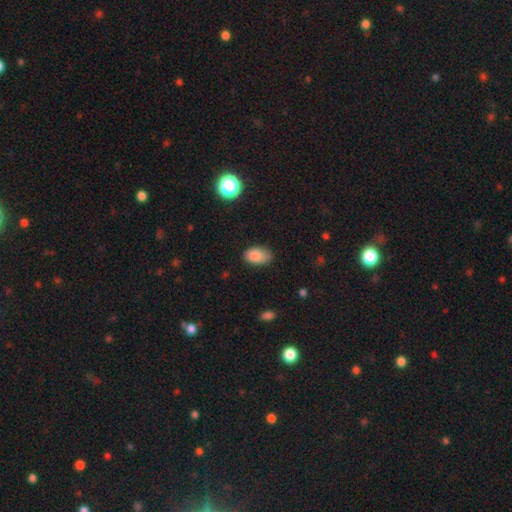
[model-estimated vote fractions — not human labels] smooth-or-featured: smooth: 86% | star or artifact: 9% | featured or disk: 5%
  how-rounded: in between: 91% | round: 8% | cigar-shaped: 1%
  merging: none: 71% | minor disturbance: 23% | major disturbance: 5% | merger: 1%